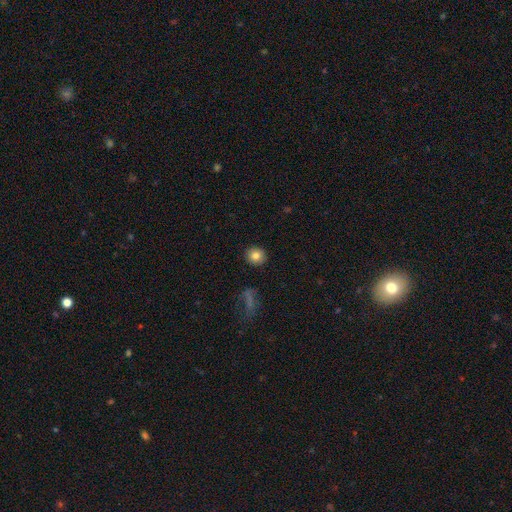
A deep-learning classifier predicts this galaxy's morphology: A smooth galaxy with no disk features (81%) that is round (89%). Merging: none (89%).